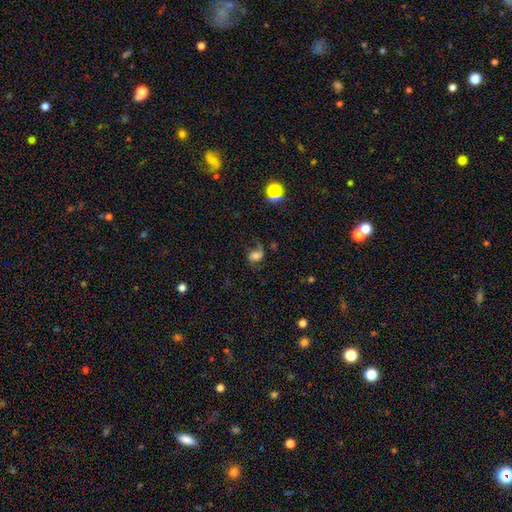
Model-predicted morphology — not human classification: A smooth galaxy with no disk features (45%).

Vote fractions:
- Smooth or featured? smooth: 45% / featured or disk: 40% / star or artifact: 15%
- Merging? none: 48% / major disturbance: 27% / minor disturbance: 22% / merger: 4%